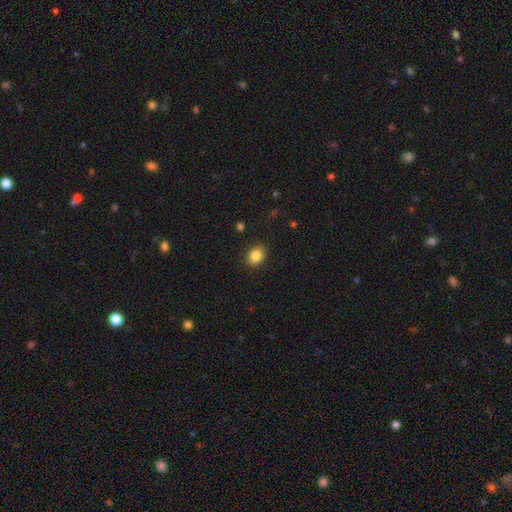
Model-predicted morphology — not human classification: This is clearly a smooth galaxy (85%). How rounded: likely in between (68%). Merging: clearly none (88%).